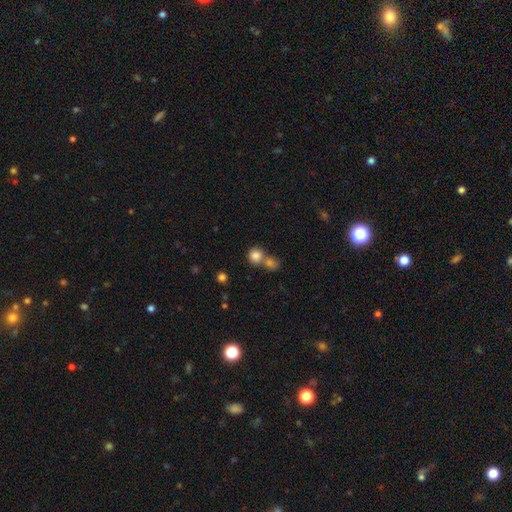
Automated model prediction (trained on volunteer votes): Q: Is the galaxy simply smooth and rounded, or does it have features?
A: smooth — 82%.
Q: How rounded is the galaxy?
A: round — 86%.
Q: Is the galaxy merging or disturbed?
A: none — 46%.